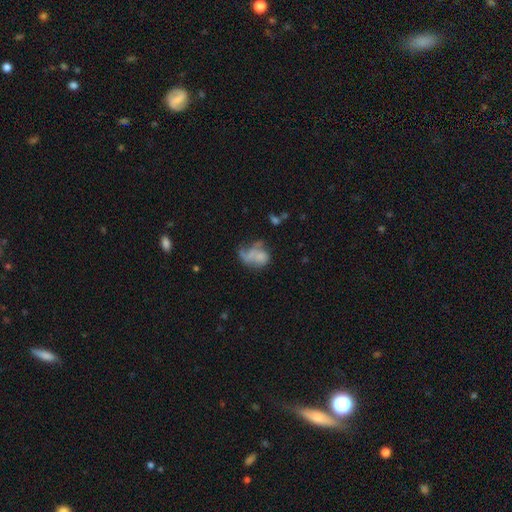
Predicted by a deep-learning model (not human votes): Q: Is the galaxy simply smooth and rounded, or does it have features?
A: smooth — 49%.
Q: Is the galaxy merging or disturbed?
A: major disturbance — 40%.